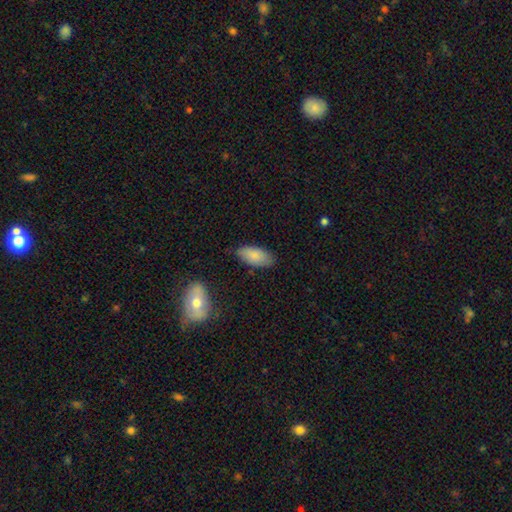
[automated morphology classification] Overall: smooth (84%). How rounded: in between (92%). Merging: none (79%).